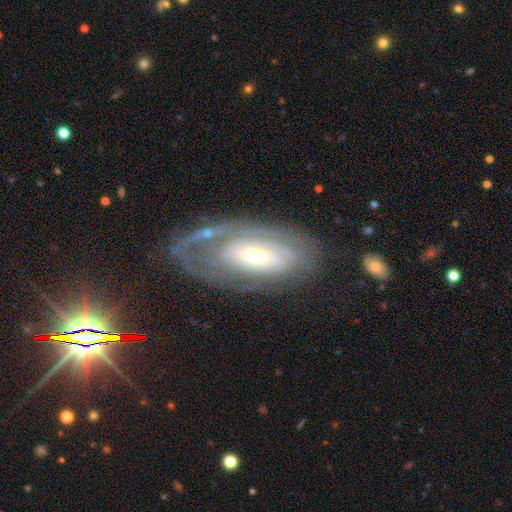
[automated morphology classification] smooth_or_featured: featured or disk (p=0.78) [alt: smooth p=0.15]
disk_edge_on: no (p=0.91) [alt: yes p=0.09]
bar: no (p=0.58) [alt: weak p=0.28]
has_spiral_arms: yes (p=0.82) [alt: no p=0.18]
spiral_winding: tight (p=0.71) [alt: medium p=0.21]
spiral_arm_count: can't tell (p=0.52) [alt: 2 p=0.22]
bulge_size: small (p=0.61) [alt: moderate p=0.32]
merging: none (p=0.58) [alt: minor disturbance p=0.20]